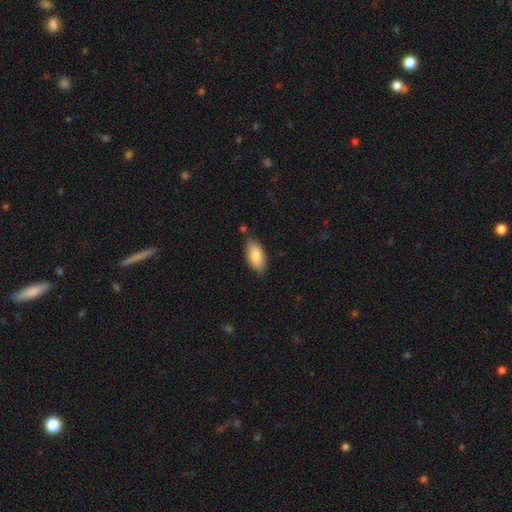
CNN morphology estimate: Smooth or featured? Predicted: smooth (p=0.85). How rounded? Predicted: in between (p=0.92). Merging? Predicted: none (p=0.78).